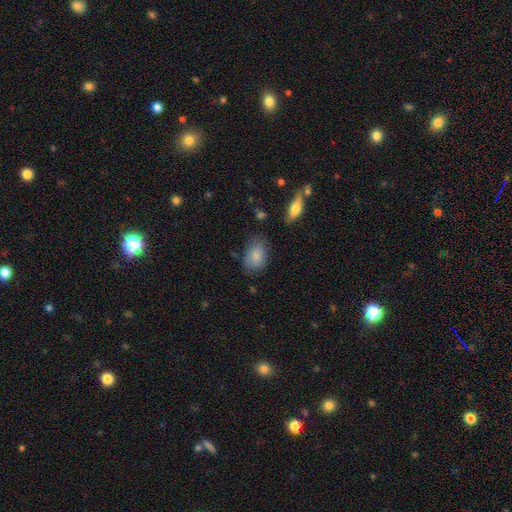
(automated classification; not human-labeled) Smooth or featured? Predicted: smooth (p=0.84). How rounded? Predicted: in between (p=0.83). Merging? Predicted: none (p=0.68).